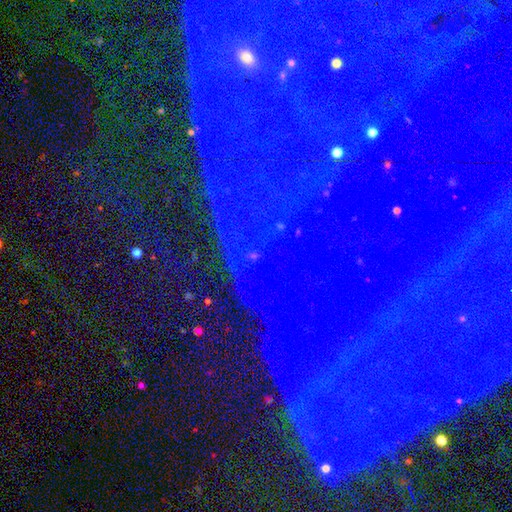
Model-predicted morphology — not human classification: type=star or artifact (85%).